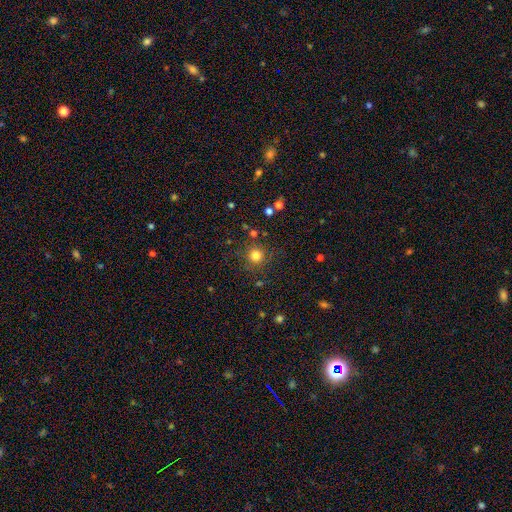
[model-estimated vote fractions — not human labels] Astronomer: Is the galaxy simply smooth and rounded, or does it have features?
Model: smooth — 79%.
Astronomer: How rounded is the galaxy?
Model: round — 95%.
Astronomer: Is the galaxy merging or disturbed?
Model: none — 85%.